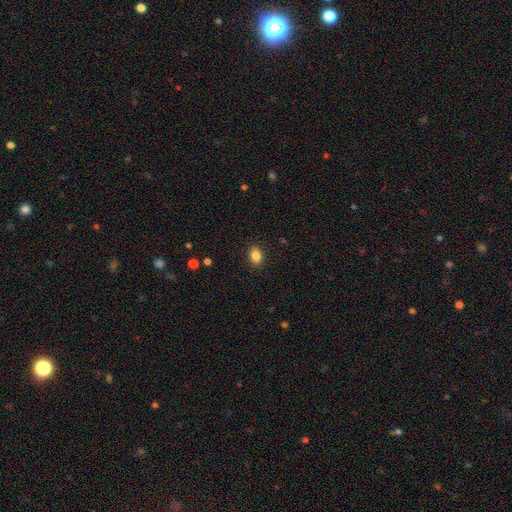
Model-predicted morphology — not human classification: Overall: smooth (86%). How rounded: in between (80%). Merging: none (89%).